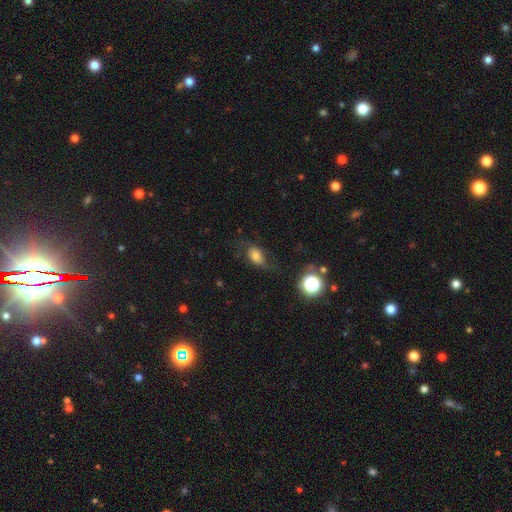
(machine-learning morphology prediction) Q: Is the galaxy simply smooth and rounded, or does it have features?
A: smooth — 59%.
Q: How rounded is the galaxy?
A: in between — 79%.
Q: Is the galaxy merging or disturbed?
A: none — 51%.